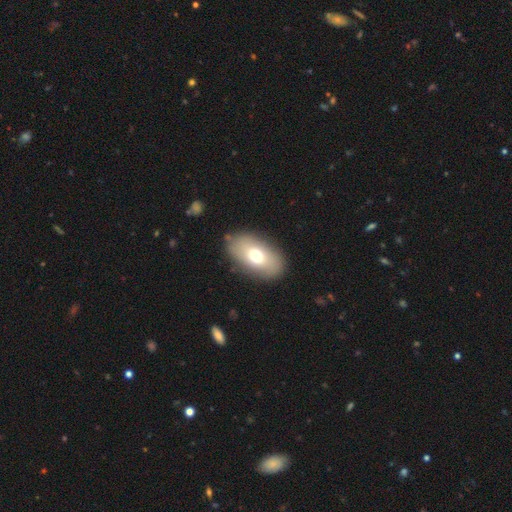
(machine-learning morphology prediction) A smooth galaxy with no disk features (70%) that is in between round and cigar-shaped (92%).

Vote fractions:
- Smooth or featured? smooth: 70% / featured or disk: 23% / star or artifact: 8%
- How rounded? in between: 92% / round: 6% / cigar-shaped: 2%
- Merging? none: 85% / minor disturbance: 10% / major disturbance: 3% / merger: 2%